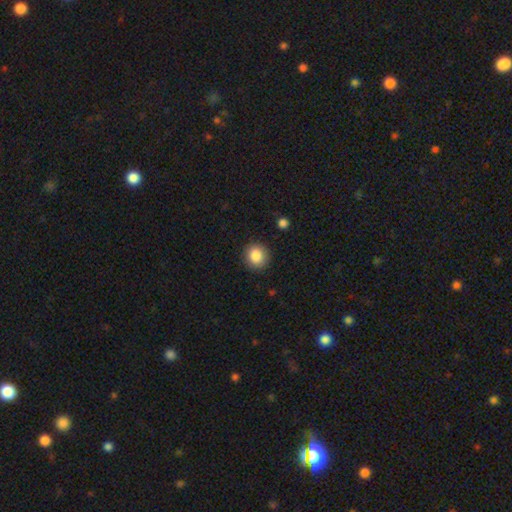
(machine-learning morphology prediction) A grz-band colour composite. It shows a smooth galaxy with no disk features (86%) that is round (85%). Merging: none (89%).